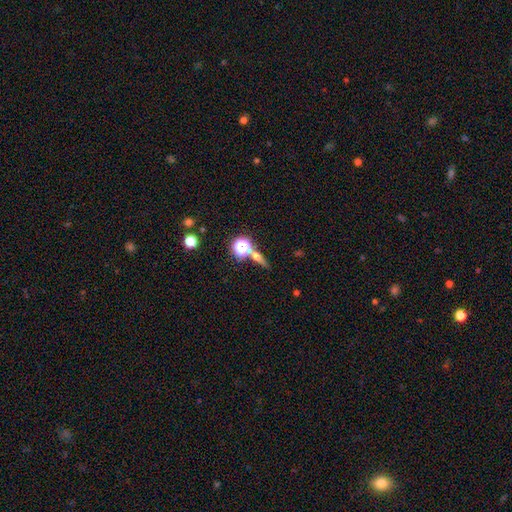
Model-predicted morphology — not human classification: smooth-or-featured: smooth: 44% | featured or disk: 31% | star or artifact: 25%
  merging: none: 67% | merger: 17% | minor disturbance: 11% | major disturbance: 6%